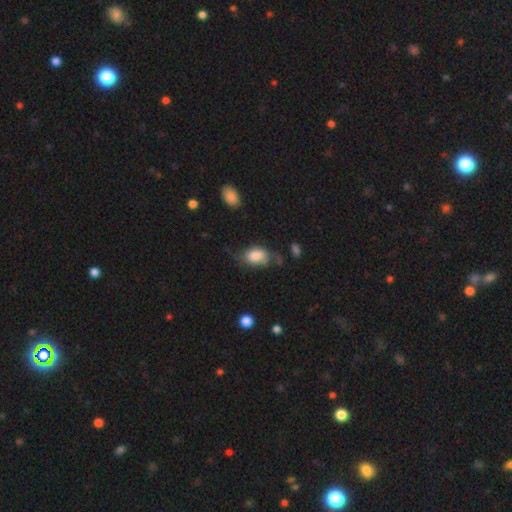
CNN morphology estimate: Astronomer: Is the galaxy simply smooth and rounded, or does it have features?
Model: smooth — 76%.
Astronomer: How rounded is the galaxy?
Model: in between — 85%.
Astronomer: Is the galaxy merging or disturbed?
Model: none — 39% (runner-up: minor disturbance, 34%).